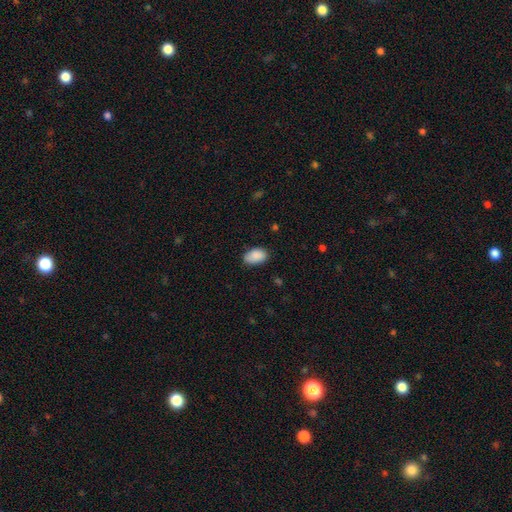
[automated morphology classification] A smooth galaxy with no disk features (90%) that is in between round and cigar-shaped (93%). Merging: none (80%).